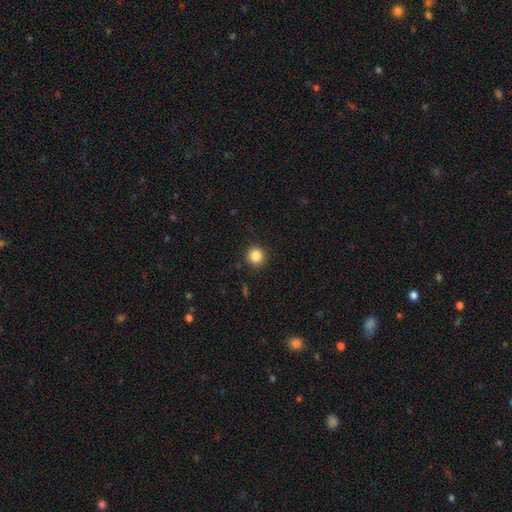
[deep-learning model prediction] Smooth or featured?
  - smooth: 86% *
  - star or artifact: 11%
  - featured or disk: 4%
How rounded?
  - round: 92% *
  - in between: 7%
  - cigar-shaped: 1%
Merging?
  - none: 90% *
  - minor disturbance: 7%
  - major disturbance: 2%
  - merger: 1%